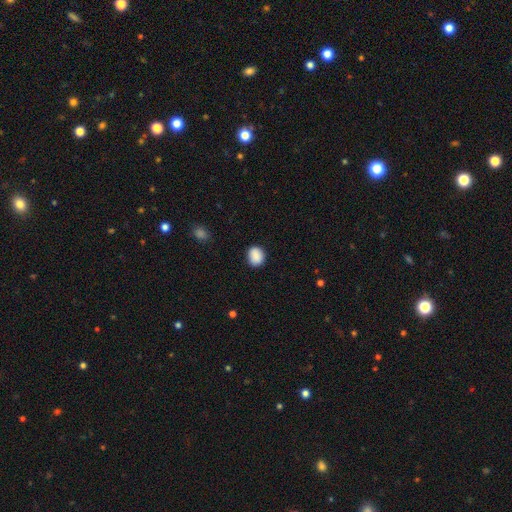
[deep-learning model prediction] A smooth galaxy with no disk features (89%) that is round (54%). Merging: none (86%).